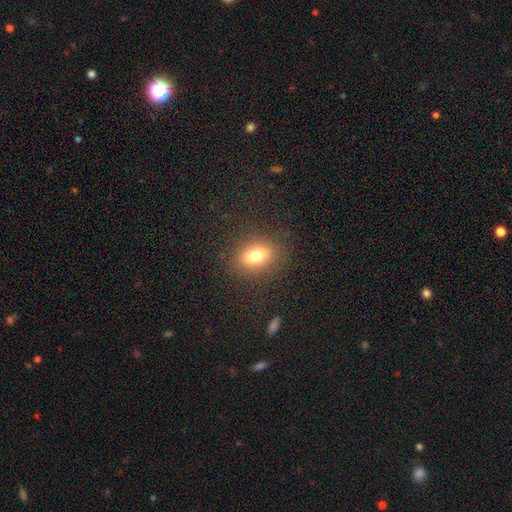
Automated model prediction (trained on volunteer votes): The model was most divided on "how rounded": in between: 72%, round: 25%, cigar-shaped: 3%. More confident: merging — none (86%); smooth or featured — smooth (77%).